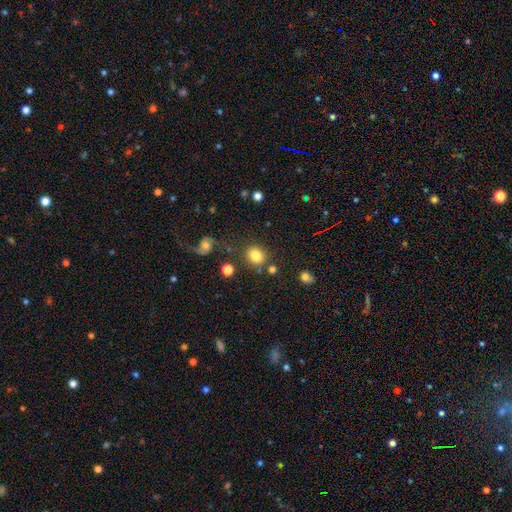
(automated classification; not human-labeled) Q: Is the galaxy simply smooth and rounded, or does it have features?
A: smooth — 81%.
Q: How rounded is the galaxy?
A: round — 69%.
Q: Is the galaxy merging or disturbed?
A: none — 77%.